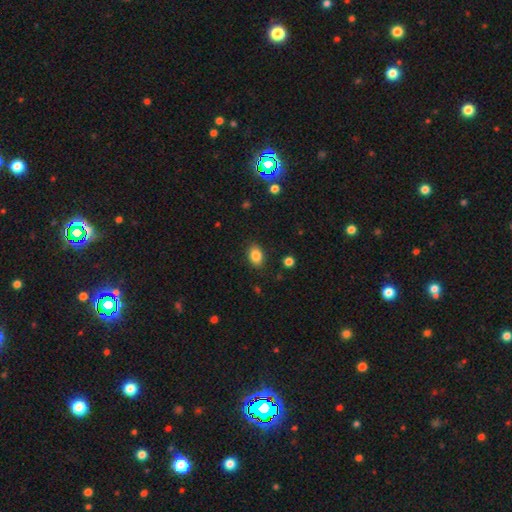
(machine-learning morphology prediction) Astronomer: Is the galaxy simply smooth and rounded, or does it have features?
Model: smooth — 84%.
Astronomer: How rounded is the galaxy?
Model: in between — 79%.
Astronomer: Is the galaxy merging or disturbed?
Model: none — 87%.